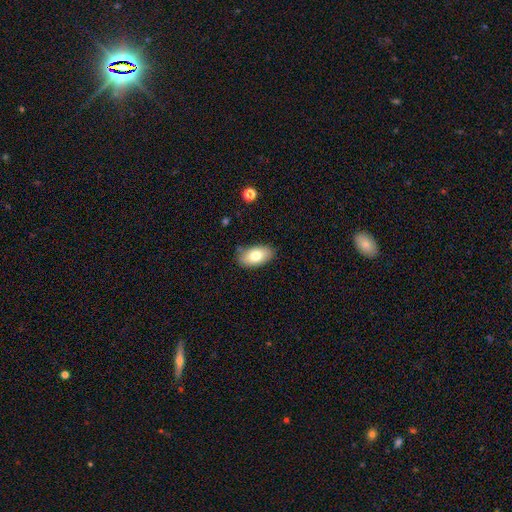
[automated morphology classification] smooth-or-featured: smooth: 78% | featured or disk: 15% | star or artifact: 7%
  how-rounded: in between: 94% | round: 5% | cigar-shaped: 2%
  merging: none: 80% | minor disturbance: 16% | major disturbance: 3% | merger: 2%